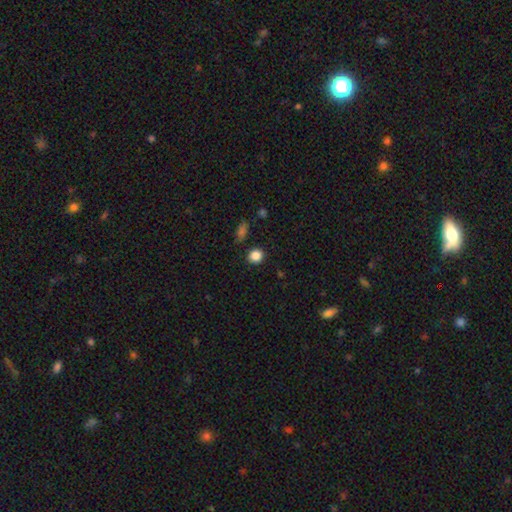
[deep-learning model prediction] Overall: smooth (85%). How rounded: round (85%). Merging: none (88%).